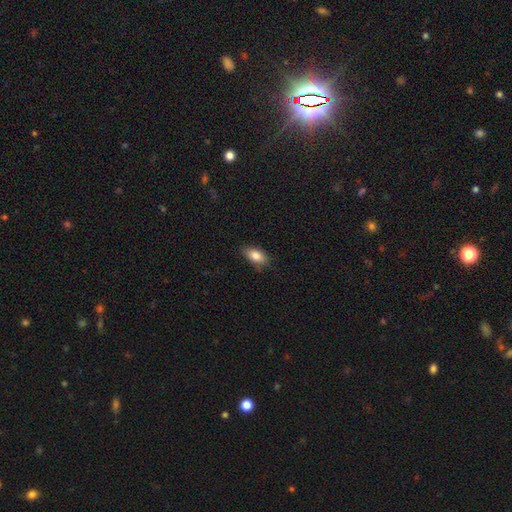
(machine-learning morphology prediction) smooth-or-featured: smooth: 83% | featured or disk: 9% | star or artifact: 8%
  how-rounded: in between: 88% | cigar-shaped: 7% | round: 5%
  merging: none: 81% | minor disturbance: 15% | major disturbance: 3% | merger: 1%